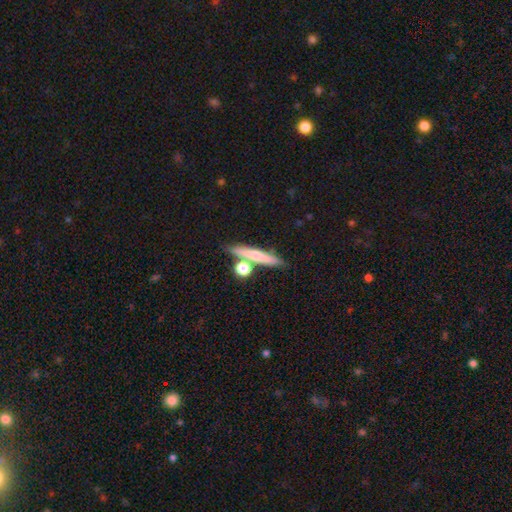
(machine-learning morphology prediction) The model was most divided on "smooth or featured": smooth: 59%, featured or disk: 32%, star or artifact: 8%. More confident: how rounded — cigar-shaped (76%); merging — none (69%).